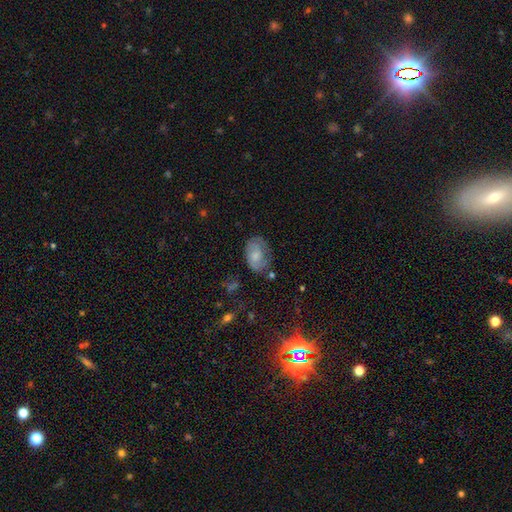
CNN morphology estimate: smooth-or-featured: smooth: 59% | featured or disk: 32% | star or artifact: 9%
  how-rounded: in between: 85% | round: 13% | cigar-shaped: 1%
  merging: none: 56% | minor disturbance: 28% | major disturbance: 12% | merger: 3%